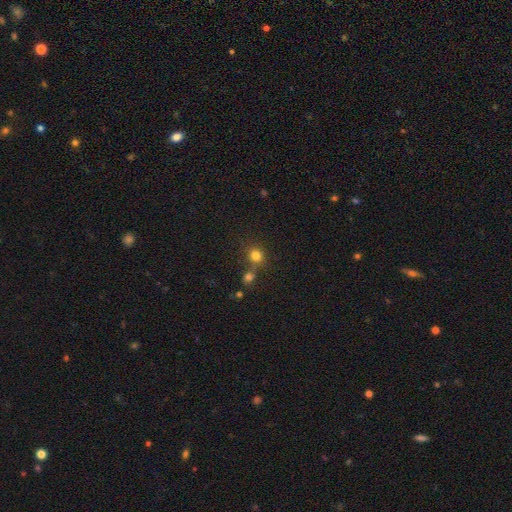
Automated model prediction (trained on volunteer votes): Q: Smooth or featured?
A: smooth (78%); runner-up: star or artifact (15%)
Q: How rounded?
A: round (82%); runner-up: in between (17%)
Q: Merging?
A: none (60%); runner-up: merger (27%)